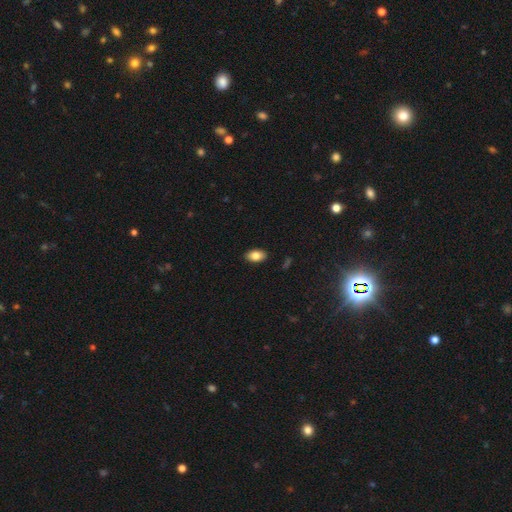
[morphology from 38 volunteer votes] A smooth galaxy with no disk features (74%) that is in between round and cigar-shaped (96%).

Vote fractions:
- Smooth or featured? smooth: 74% / featured or disk: 18% / star or artifact: 8%
- How rounded? in between: 96% / round: 4% / cigar-shaped: 0%
- Merging? none: 94% / minor disturbance: 3% / major disturbance: 3% / merger: 0%